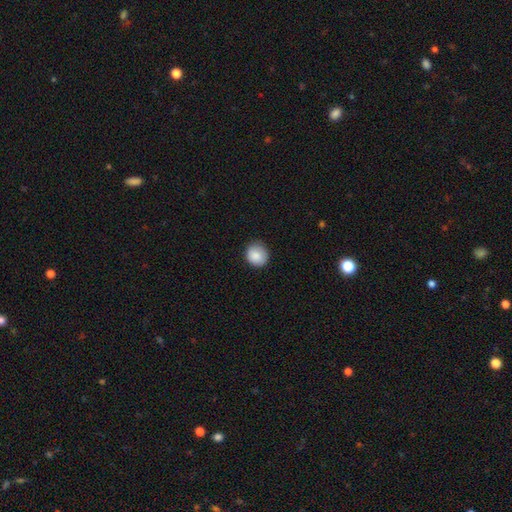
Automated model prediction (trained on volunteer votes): A smooth galaxy with no disk features (87%) that is round (84%). Merging: none (84%).